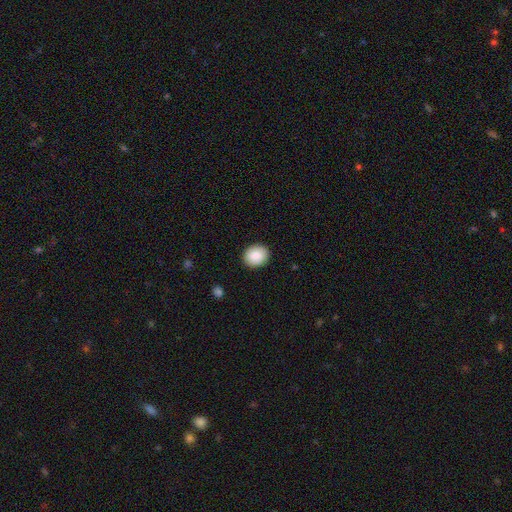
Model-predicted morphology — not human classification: Smooth or featured? Predicted: smooth (p=0.88). How rounded? Predicted: round (p=0.57). Merging? Predicted: none (p=0.90).